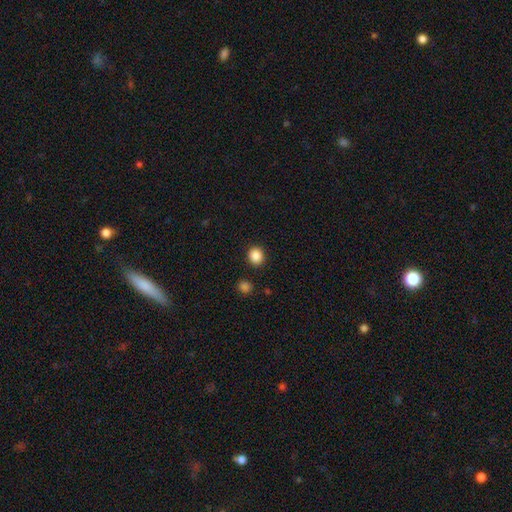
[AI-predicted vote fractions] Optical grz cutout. It shows a smooth galaxy with no disk features (88%) that is round (78%). Merging: none (89%).